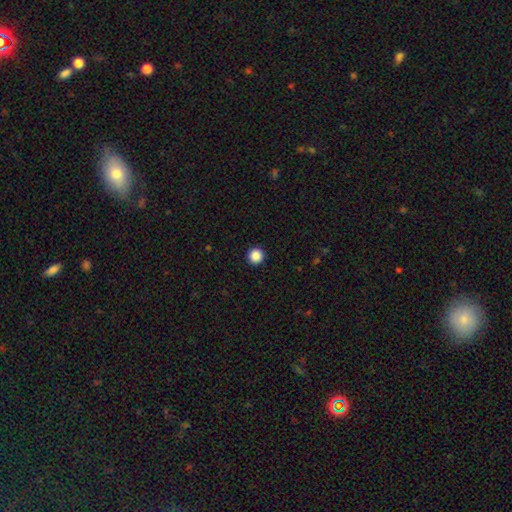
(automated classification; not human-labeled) Morphology: type=smooth (88%); roundness=round (96%); merging=none (94%).